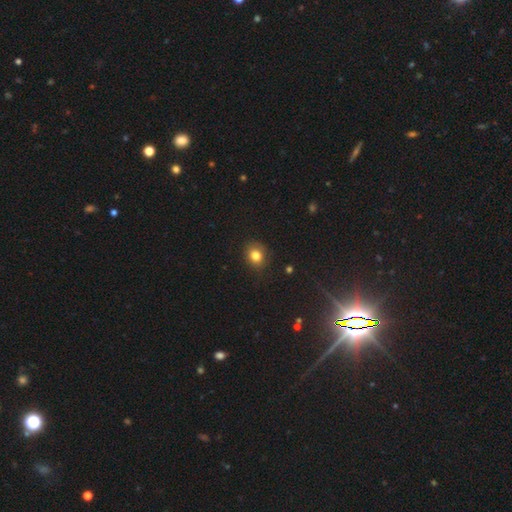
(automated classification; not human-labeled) smooth_or_featured: smooth (p=0.81) [alt: star or artifact p=0.12]
how_rounded: round (p=0.66) [alt: in between p=0.33]
merging: none (p=0.82) [alt: minor disturbance p=0.13]